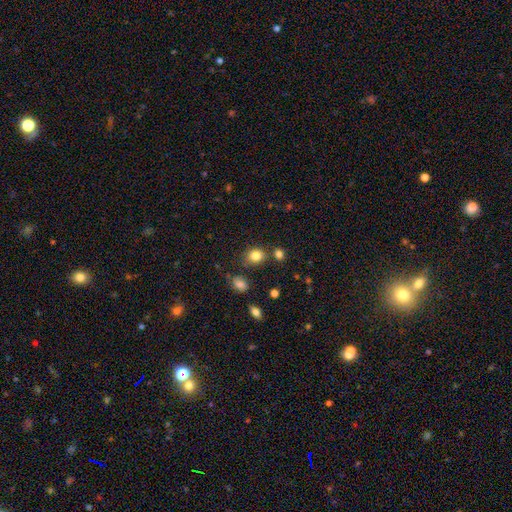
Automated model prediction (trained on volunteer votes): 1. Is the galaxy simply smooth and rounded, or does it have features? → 82% smooth, 12% star or artifact, 6% featured or disk.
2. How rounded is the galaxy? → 61% round, 38% in between, 1% cigar-shaped.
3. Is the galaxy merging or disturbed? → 74% none, 13% minor disturbance, 8% merger, 4% major disturbance.